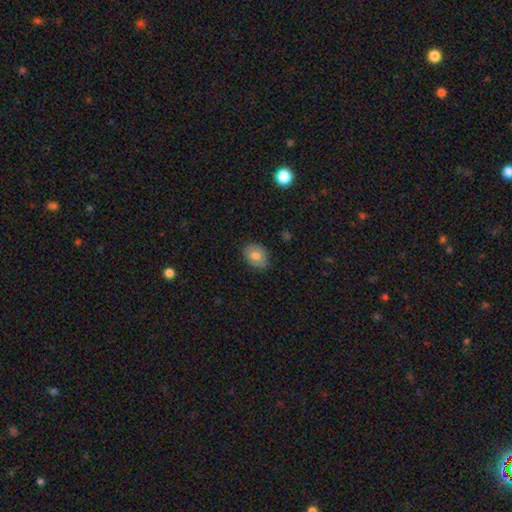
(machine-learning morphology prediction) type=smooth (75%); roundness=in between (59%); merging=none (82%).